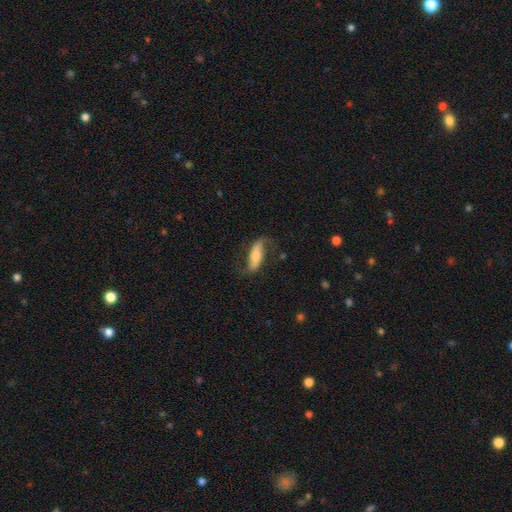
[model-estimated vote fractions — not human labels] Smooth or featured? Predicted: featured or disk (p=0.62). Edge-on disk? Predicted: no (p=0.84). Bar? Predicted: strong (p=0.38). Spiral arms? Predicted: yes (p=0.88). Bulge size? Predicted: moderate (p=0.48). Merging? Predicted: none (p=0.68).